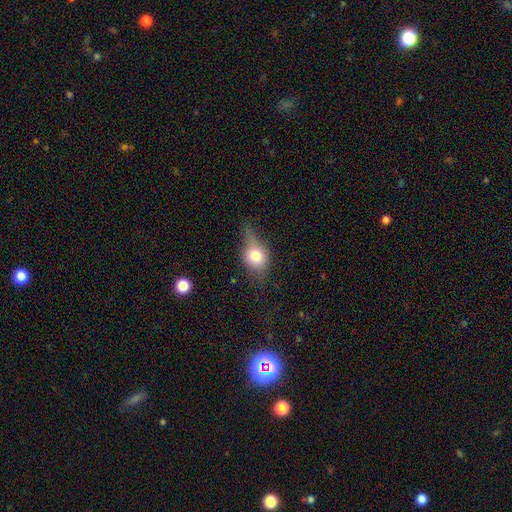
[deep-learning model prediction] The model was most divided on "how rounded": in between: 50%, round: 45%, cigar-shaped: 4%. Remaining: smooth or featured — smooth (64%); merging — none (40%).